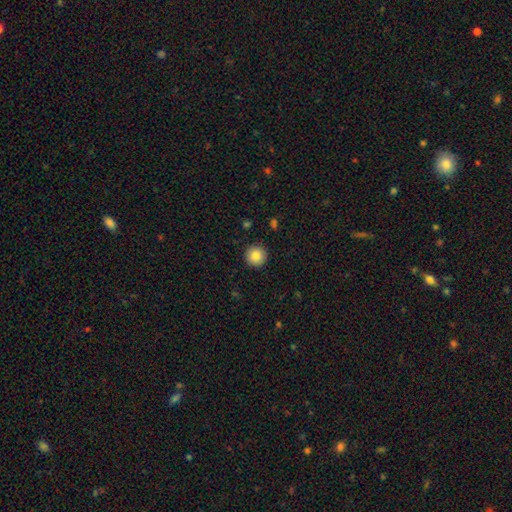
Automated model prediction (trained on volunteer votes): Morphology: type=smooth (86%); roundness=round (96%); merging=none (92%).